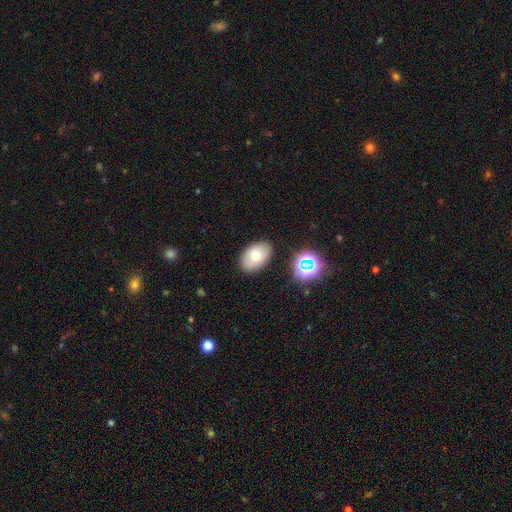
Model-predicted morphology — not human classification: Smooth or featured: smooth — 76% (featured or disk — 14%)
How rounded: in between — 89% (round — 10%)
Merging: none — 84% (minor disturbance — 11%)